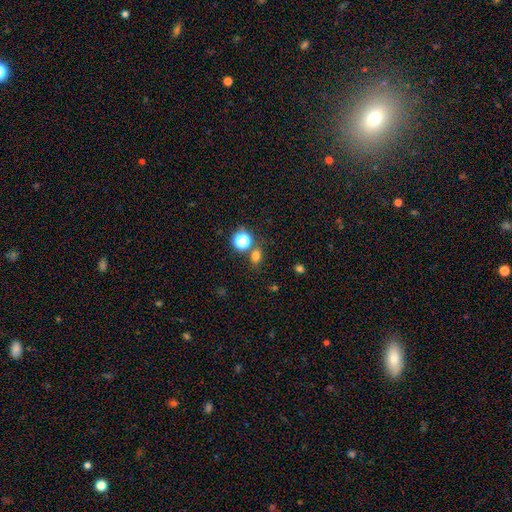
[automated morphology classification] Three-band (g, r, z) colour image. It shows a smooth galaxy with no disk features (71%) that is in between round and cigar-shaped (52%). Merging: none (72%).